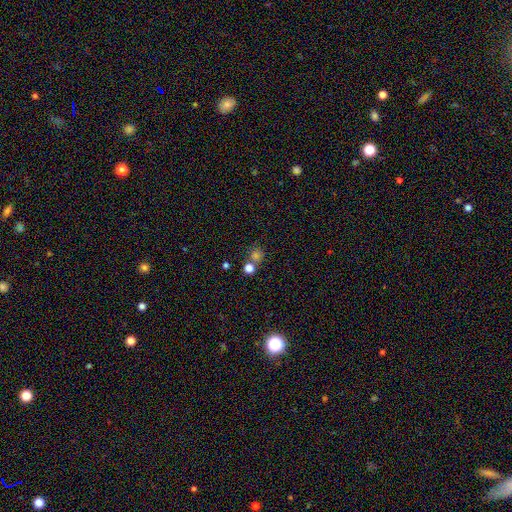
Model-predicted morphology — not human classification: A smooth galaxy with no disk features (65%) that is round (86%). Merging: none (65%).